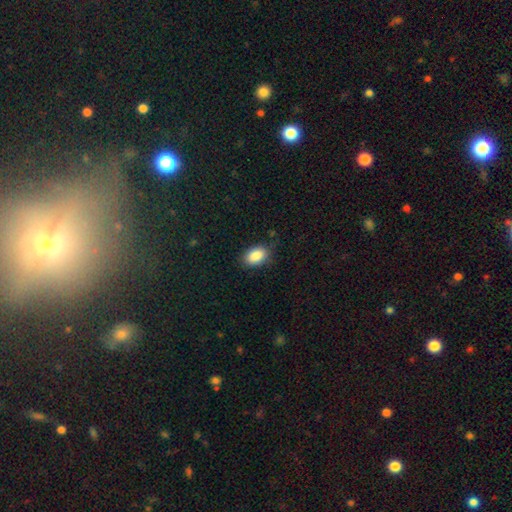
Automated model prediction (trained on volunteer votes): smooth 88%, star or artifact 7%, featured or disk 4%. Down the decision tree: how rounded — in between (90%); merging — none (80%).